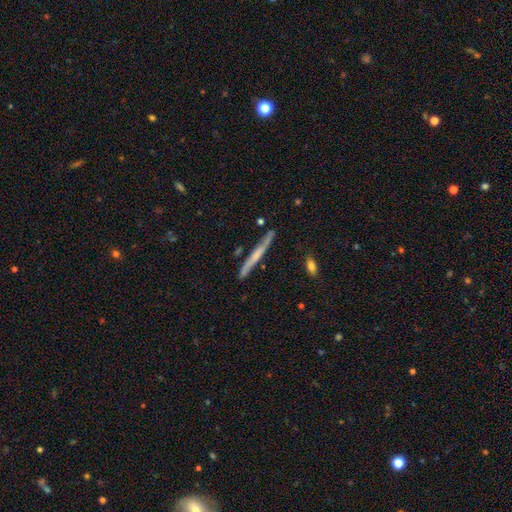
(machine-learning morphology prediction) This appears to be a featured or disk galaxy (57%) viewed edge-on (95%) with no central bulge (57%). Merging: none (85%).